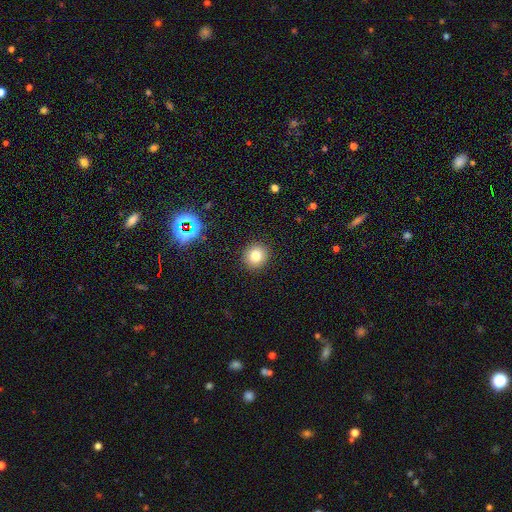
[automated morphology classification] smooth-or-featured: smooth: 79% | star or artifact: 14% | featured or disk: 8%
  how-rounded: round: 92% | in between: 8% | cigar-shaped: 1%
  merging: none: 92% | minor disturbance: 5% | major disturbance: 2% | merger: 1%